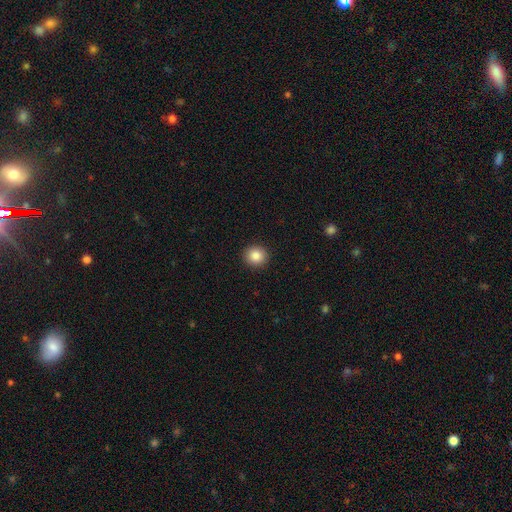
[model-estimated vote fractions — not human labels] The model was most divided on "smooth or featured": smooth: 86%, star or artifact: 9%, featured or disk: 5%. More confident: merging — none (93%); how rounded — round (91%).